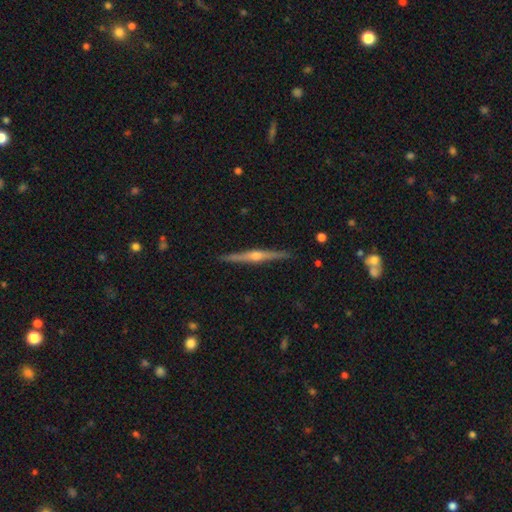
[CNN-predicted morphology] smooth_or_featured: featured or disk (p=0.83) [alt: smooth p=0.11]
disk_edge_on: yes (p=0.98) [alt: no p=0.02]
edge_on_bulge: rounded (p=0.92) [alt: none p=0.05]
merging: none (p=0.92) [alt: minor disturbance p=0.06]